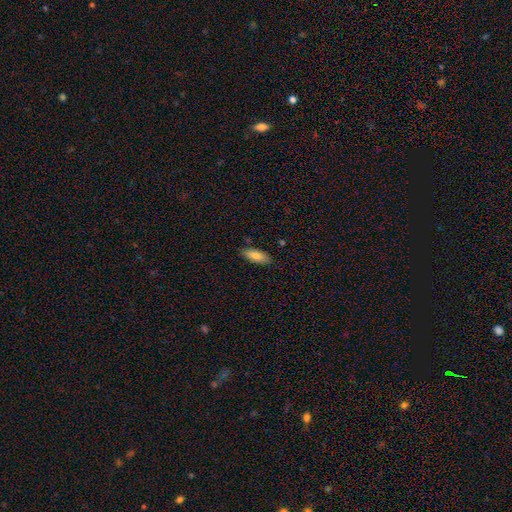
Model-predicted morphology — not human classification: Smooth or featured? smooth (82%)
How rounded? in between (72%)
Merging? none (83%)